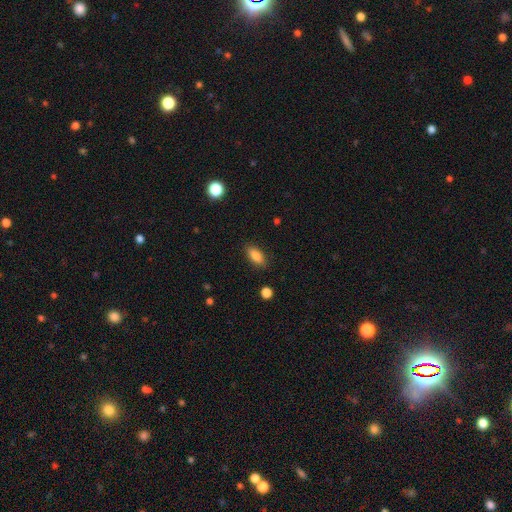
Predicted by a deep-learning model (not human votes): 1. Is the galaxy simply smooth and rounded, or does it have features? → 86% smooth, 8% star or artifact, 6% featured or disk.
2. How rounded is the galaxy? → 86% in between, 10% cigar-shaped, 4% round.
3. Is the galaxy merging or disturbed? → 86% none, 10% minor disturbance, 2% major disturbance, 1% merger.